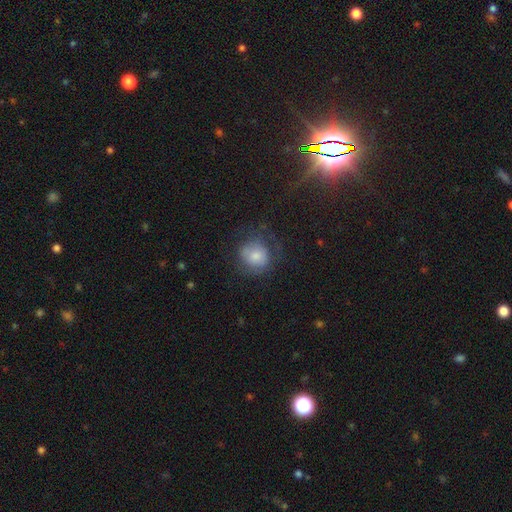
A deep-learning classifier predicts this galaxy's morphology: Smooth or featured? Predicted: smooth (p=0.70). How rounded? Predicted: round (p=0.84). Merging? Predicted: none (p=0.58).